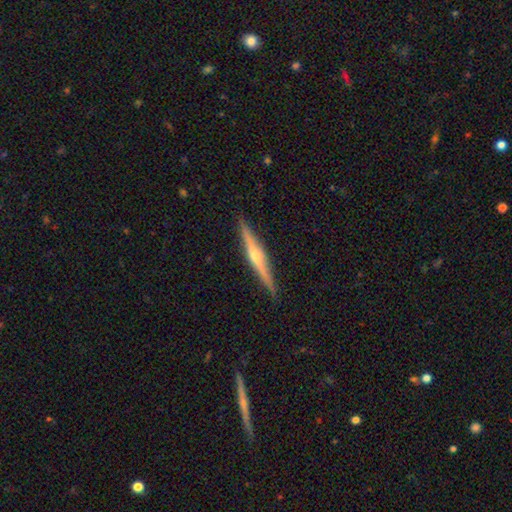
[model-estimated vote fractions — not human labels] Morphology: type=featured or disk (73%); edge-on=yes (98%); edge-on bulge=rounded (84%); merging=none (91%).